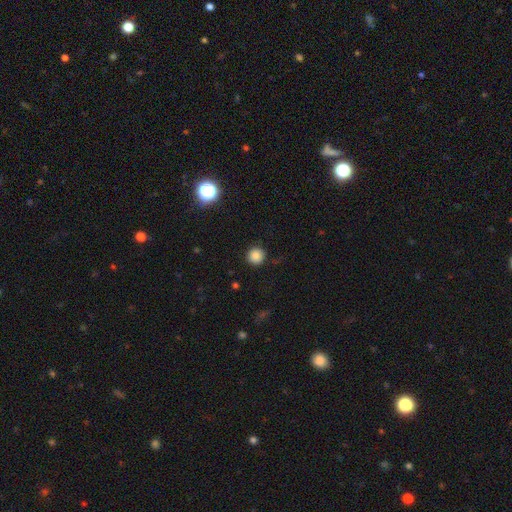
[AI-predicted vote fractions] Smooth or featured? smooth (83%)
How rounded? round (95%)
Merging? none (90%)